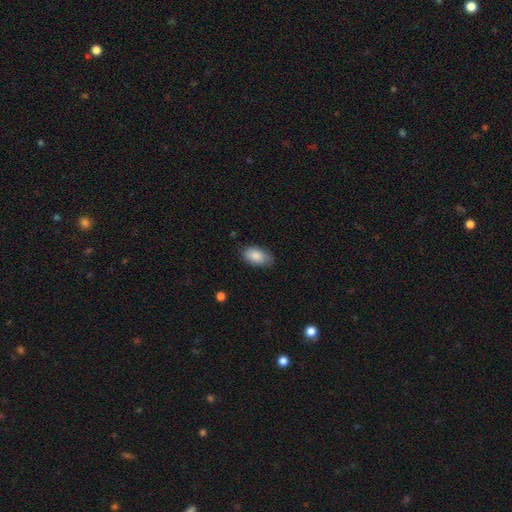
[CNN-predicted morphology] smooth_or_featured: smooth (p=0.87) [alt: featured or disk p=0.07]
how_rounded: in between (p=0.93) [alt: round p=0.05]
merging: none (p=0.77) [alt: minor disturbance p=0.18]